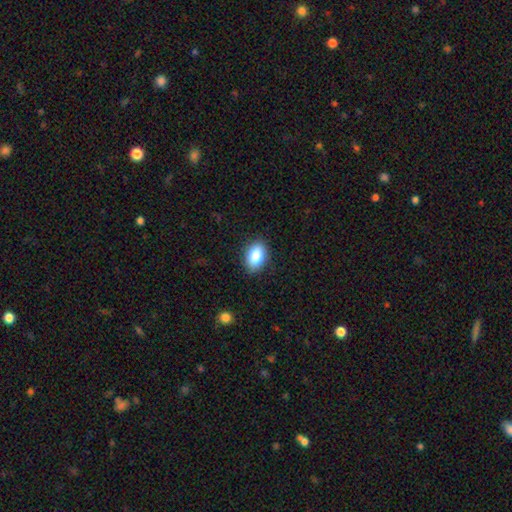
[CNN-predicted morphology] Q: Smooth or featured?
A: smooth (85%); runner-up: star or artifact (8%)
Q: How rounded?
A: in between (88%); runner-up: round (10%)
Q: Merging?
A: none (87%); runner-up: minor disturbance (10%)